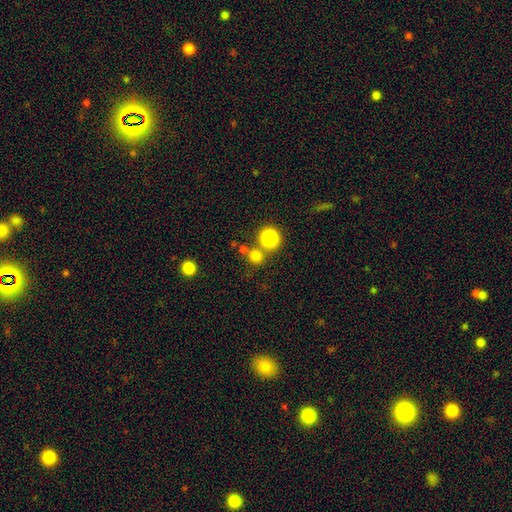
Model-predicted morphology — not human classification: This is likely a smooth galaxy (73%). How rounded: clearly round (88%). Merging: likely none (67%).